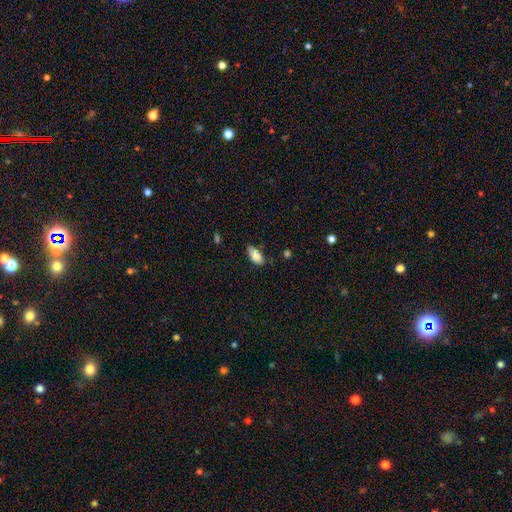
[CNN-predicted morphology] Smooth or featured? smooth (85%)
How rounded? in between (90%)
Merging? none (70%)